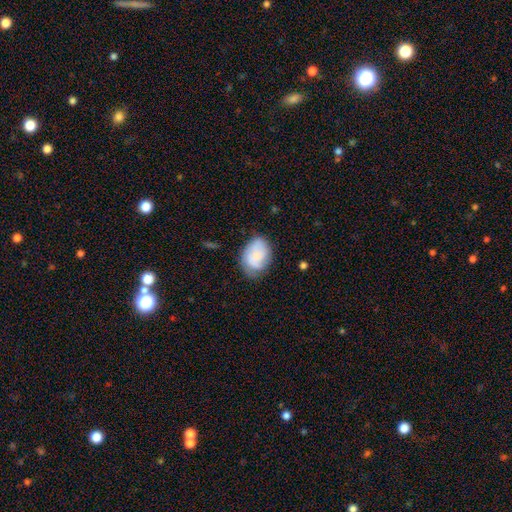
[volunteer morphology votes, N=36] Volunteers were most divided on "merging": none: 47%, minor disturbance: 39%, major disturbance: 14%, merger: 0%. More confident: how rounded — in between (71%); smooth or featured — smooth (67%).